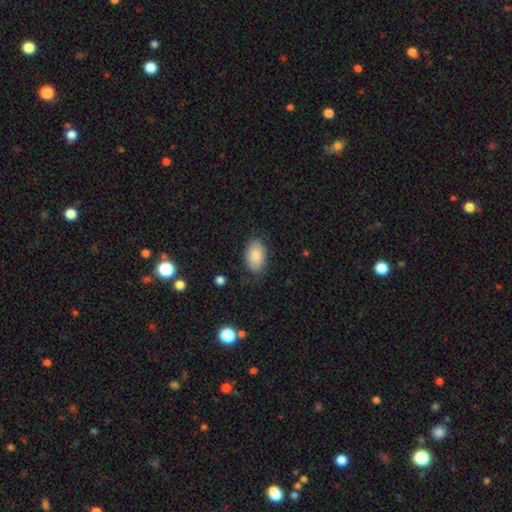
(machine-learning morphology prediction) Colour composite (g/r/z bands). It shows a smooth galaxy with no disk features (84%) that is in between round and cigar-shaped (92%). Merging: none (75%).